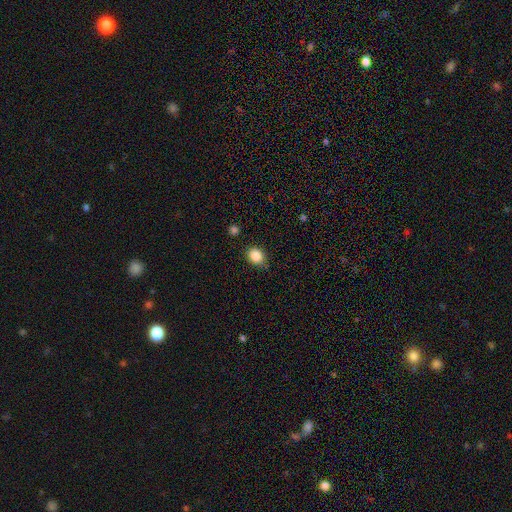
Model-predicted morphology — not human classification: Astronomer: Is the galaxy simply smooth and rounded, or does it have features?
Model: smooth — 87%.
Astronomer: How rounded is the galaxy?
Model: round — 57% (runner-up: in between, 42%).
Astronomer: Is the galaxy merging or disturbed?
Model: none — 80%.